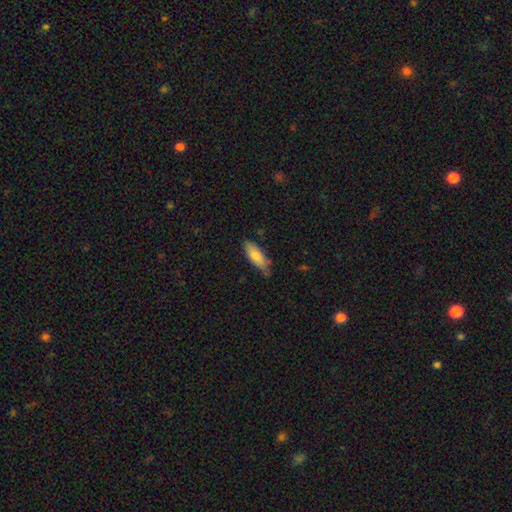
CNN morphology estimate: A smooth galaxy with no disk features (78%) that is in between round and cigar-shaped (67%). Merging: none (64%).